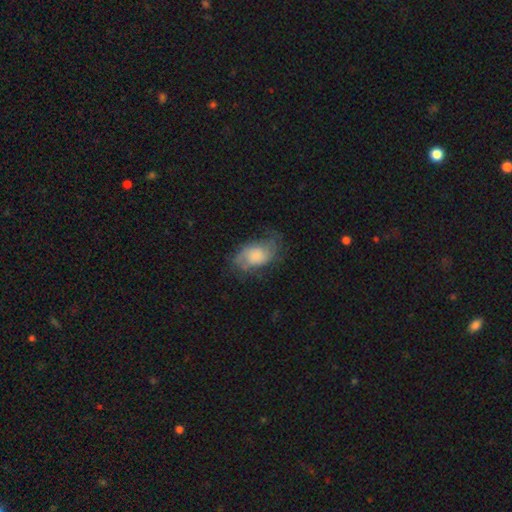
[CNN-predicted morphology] A featured or disk galaxy (50%).

Vote fractions:
- Smooth or featured? featured or disk: 50% / smooth: 42% / star or artifact: 8%
- Edge-on disk? no: 96% / yes: 4%
- Merging? none: 51% / minor disturbance: 27% / major disturbance: 20% / merger: 2%